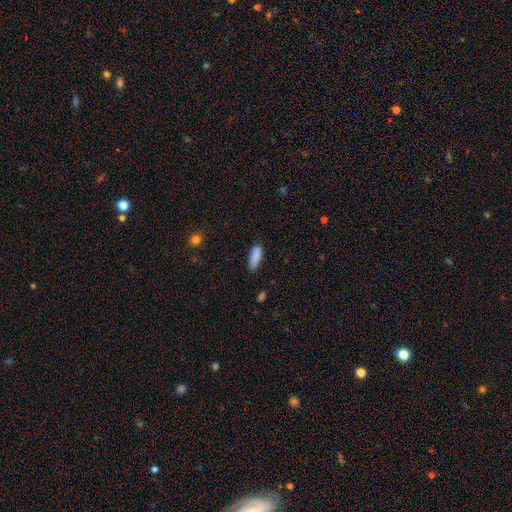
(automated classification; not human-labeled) smooth 87%, star or artifact 8%, featured or disk 6%. Down the decision tree: how rounded — in between (61%); merging — none (71%).